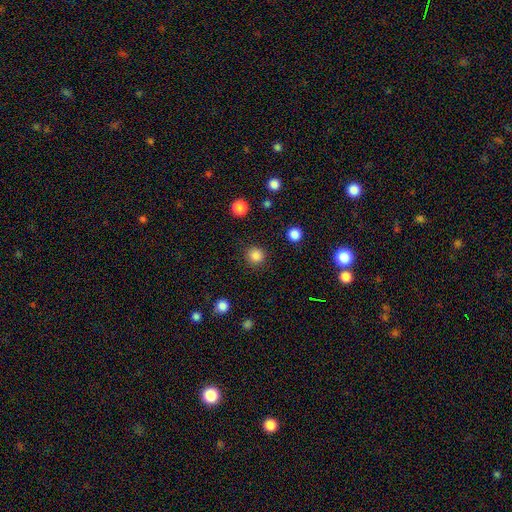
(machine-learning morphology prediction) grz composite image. It shows a smooth galaxy with no disk features (85%) that is round (94%). Merging: none (90%).